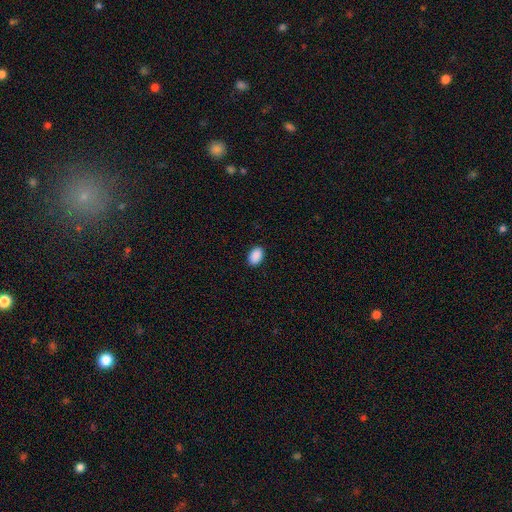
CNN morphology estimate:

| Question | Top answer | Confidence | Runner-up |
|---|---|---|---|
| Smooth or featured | smooth | 90% | star or artifact (7%) |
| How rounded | in between | 89% | round (10%) |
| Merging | none | 90% | minor disturbance (8%) |